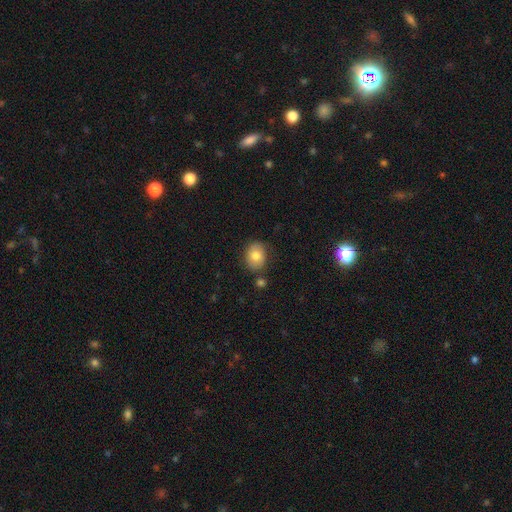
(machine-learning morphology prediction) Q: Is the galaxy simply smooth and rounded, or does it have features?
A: smooth — 79%.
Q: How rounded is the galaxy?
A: in between — 50%.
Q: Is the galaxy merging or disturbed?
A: none — 78%.